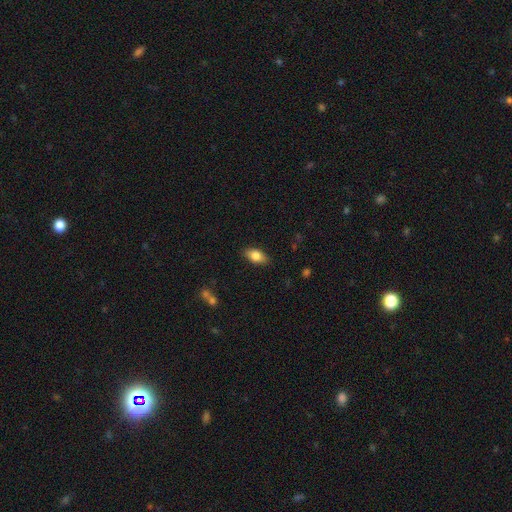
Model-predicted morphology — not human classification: type=smooth (80%); roundness=in between (89%); merging=none (85%).